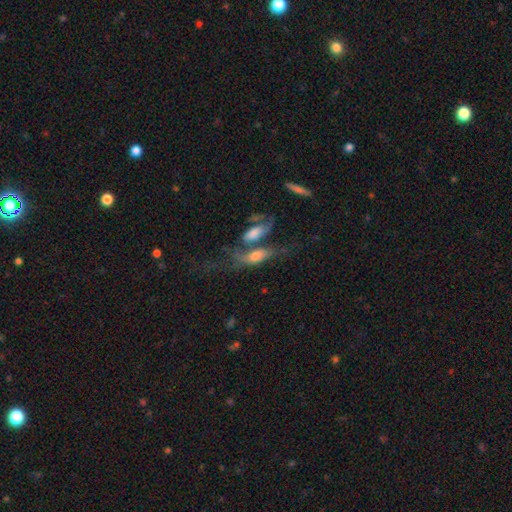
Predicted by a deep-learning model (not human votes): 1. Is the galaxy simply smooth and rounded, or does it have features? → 50% featured or disk, 41% smooth, 9% star or artifact.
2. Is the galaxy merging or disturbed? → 48% merger, 25% none, 14% major disturbance, 13% minor disturbance.